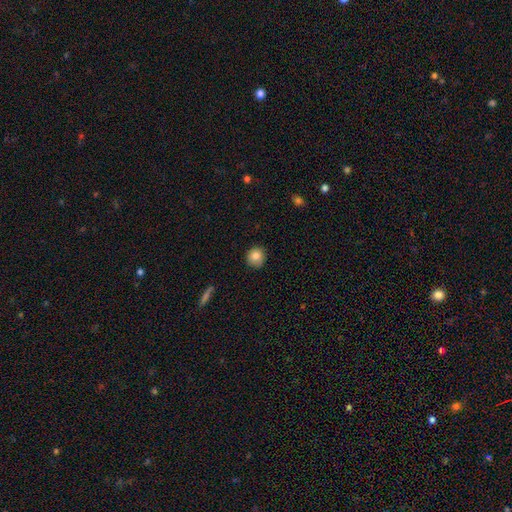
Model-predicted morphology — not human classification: A smooth galaxy with no disk features (82%) that is round (91%).

Vote fractions:
- Smooth or featured? smooth: 82% / star or artifact: 10% / featured or disk: 8%
- How rounded? round: 91% / in between: 8% / cigar-shaped: 1%
- Merging? none: 86% / minor disturbance: 11% / major disturbance: 2% / merger: 1%